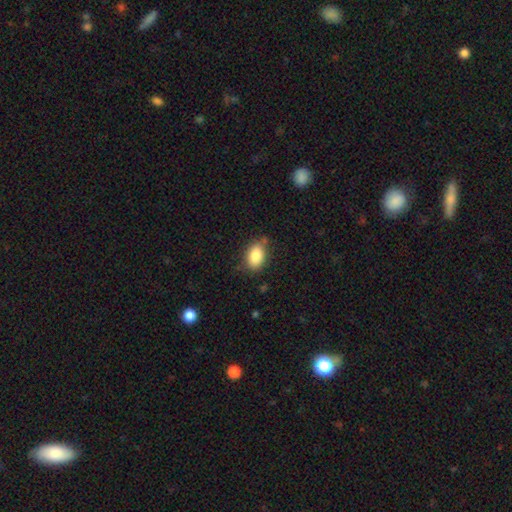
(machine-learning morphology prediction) Overall: smooth (86%). How rounded: in between (87%). Merging: none (73%).